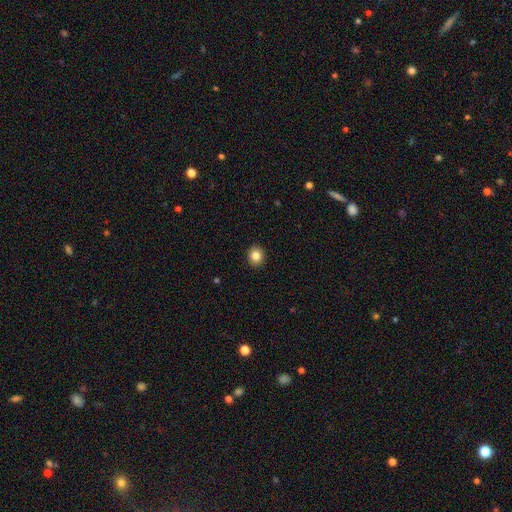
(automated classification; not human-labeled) Overall: smooth (84%). How rounded: round (74%). Merging: none (92%).